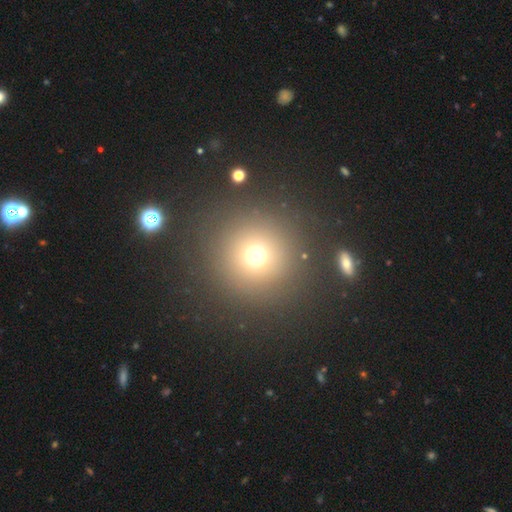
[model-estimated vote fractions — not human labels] Smooth or featured? Predicted: smooth (p=0.69). How rounded? Predicted: round (p=0.95). Merging? Predicted: none (p=0.84).